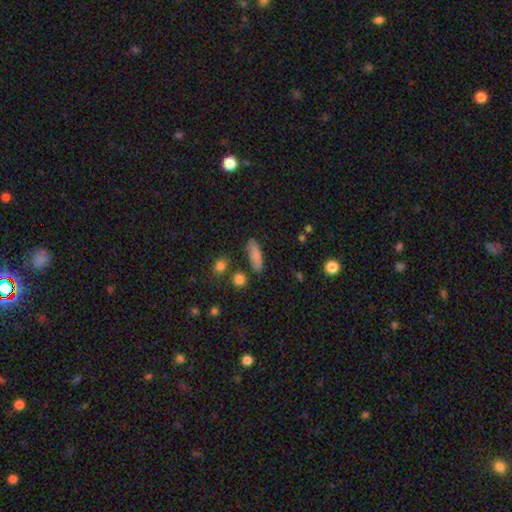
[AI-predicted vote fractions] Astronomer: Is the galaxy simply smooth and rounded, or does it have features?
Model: smooth — 84%.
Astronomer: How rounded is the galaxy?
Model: in between — 50% (runner-up: cigar-shaped, 47%).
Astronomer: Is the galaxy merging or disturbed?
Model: none — 80%.